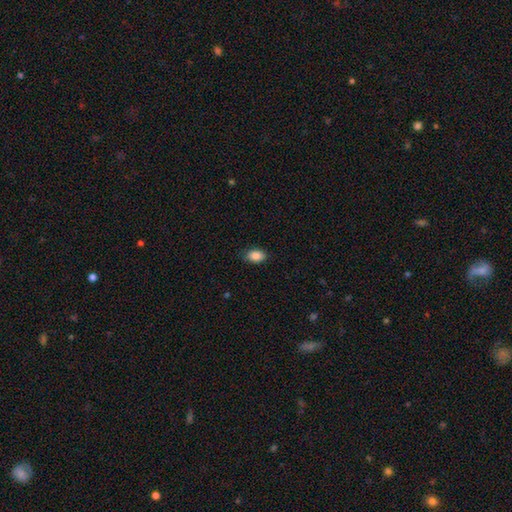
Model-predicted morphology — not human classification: Smooth or featured? Predicted: smooth (p=0.88). How rounded? Predicted: in between (p=0.86). Merging? Predicted: none (p=0.83).